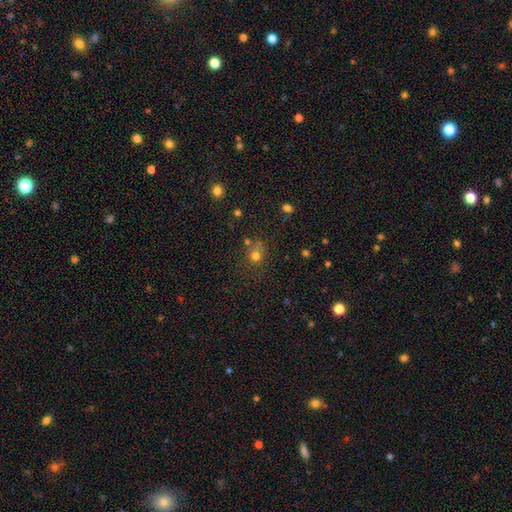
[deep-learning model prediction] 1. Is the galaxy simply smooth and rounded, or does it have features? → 73% smooth, 18% star or artifact, 9% featured or disk.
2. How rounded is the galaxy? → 79% round, 20% in between, 1% cigar-shaped.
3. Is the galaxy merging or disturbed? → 61% none, 17% minor disturbance, 13% merger, 8% major disturbance.